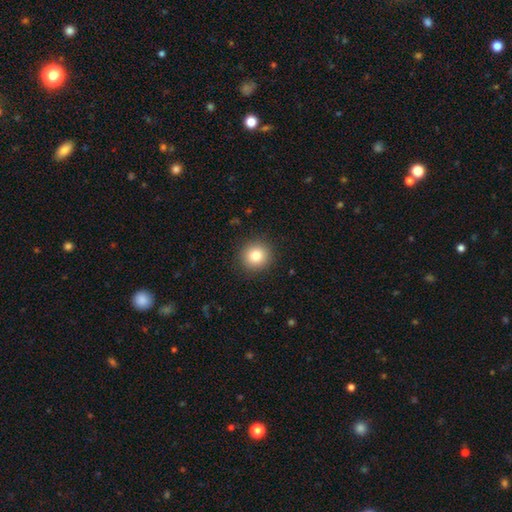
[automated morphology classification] type=smooth (82%); roundness=round (92%); merging=none (91%).